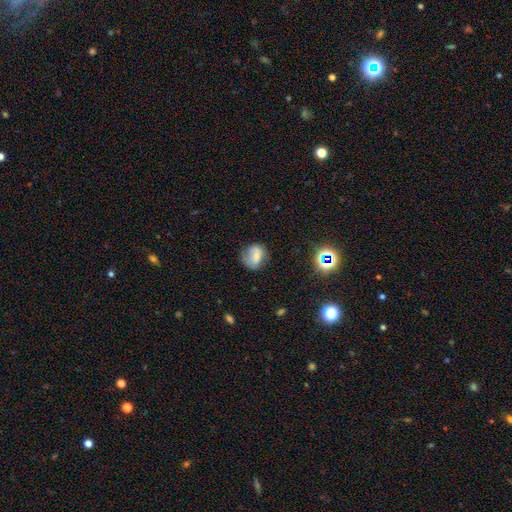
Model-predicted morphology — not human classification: Smooth or featured?
  - smooth: 65% *
  - featured or disk: 23%
  - star or artifact: 12%
How rounded?
  - round: 59% *
  - in between: 39%
  - cigar-shaped: 1%
Merging?
  - none: 60% *
  - minor disturbance: 26%
  - major disturbance: 11%
  - merger: 3%